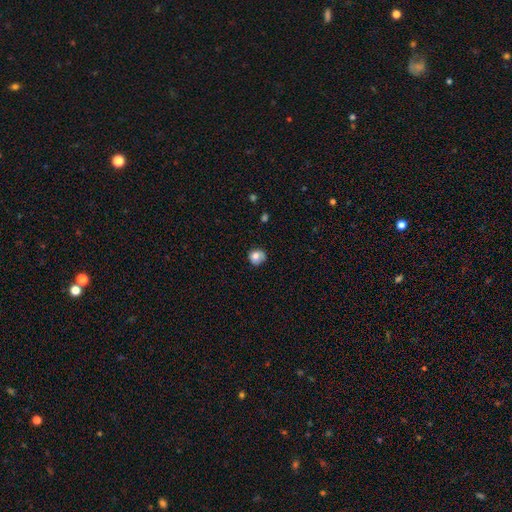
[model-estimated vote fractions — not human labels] Smooth or featured: smooth — 75% (featured or disk — 15%)
How rounded: round — 84% (in between — 16%)
Merging: none — 63% (minor disturbance — 26%)